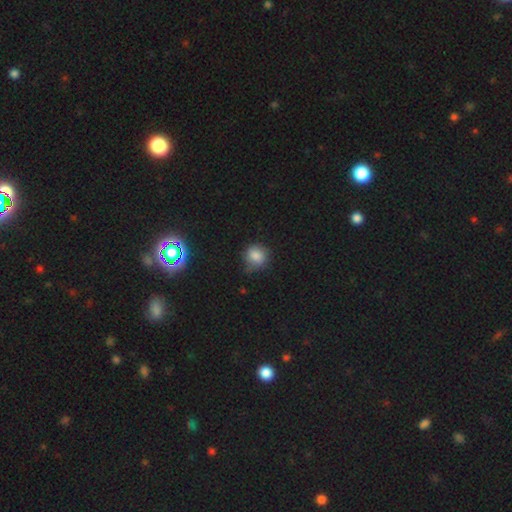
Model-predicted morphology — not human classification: This is clearly a smooth galaxy (82%). How rounded: clearly round (82%). Merging: likely none (65%).